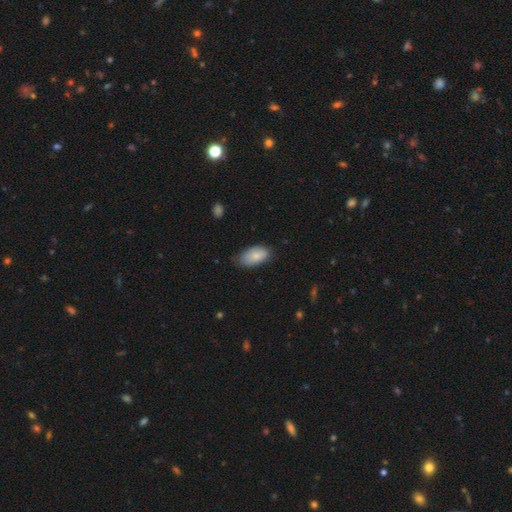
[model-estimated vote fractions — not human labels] This is clearly a smooth galaxy (83%). How rounded: clearly in between (94%). Merging: likely none (66%).